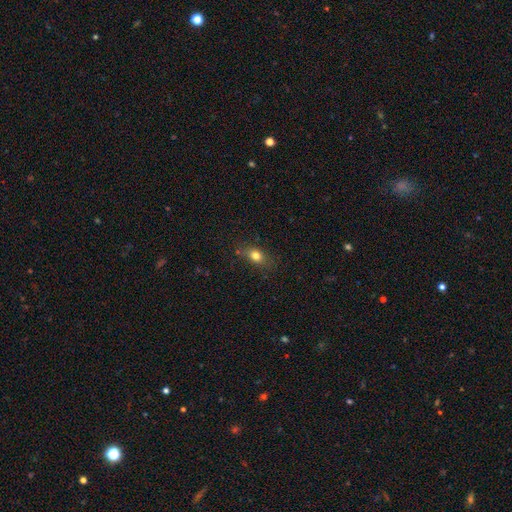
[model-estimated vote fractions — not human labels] A smooth galaxy with no disk features (77%) that is in between round and cigar-shaped (64%).

Vote fractions:
- Smooth or featured? smooth: 77% / star or artifact: 12% / featured or disk: 11%
- How rounded? in between: 64% / round: 30% / cigar-shaped: 6%
- Merging? none: 74% / minor disturbance: 18% / major disturbance: 5% / merger: 2%